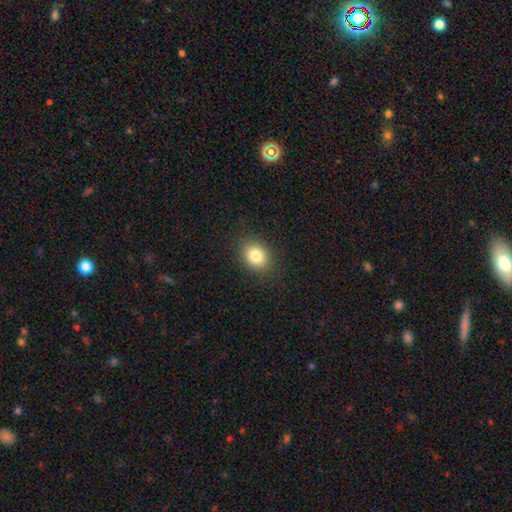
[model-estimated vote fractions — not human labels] Smooth or featured? smooth (82%)
How rounded? in between (56%)
Merging? none (88%)